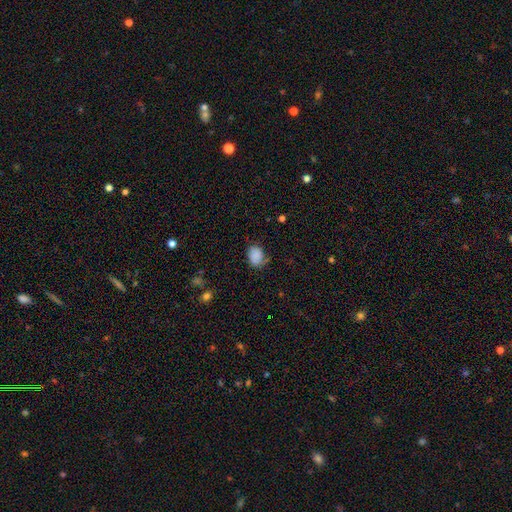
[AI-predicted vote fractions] Overall: smooth (84%). How rounded: in between (65%; round 34%). Merging: none (61%; minor disturbance 28%).